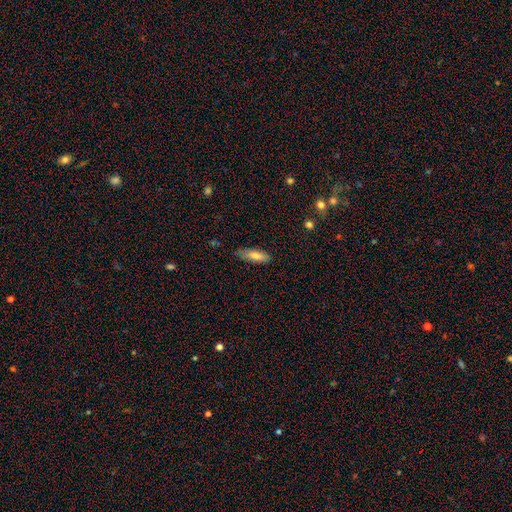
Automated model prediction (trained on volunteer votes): This is likely a smooth galaxy (76%). How rounded: possibly cigar-shaped (53%). Merging: likely none (76%).